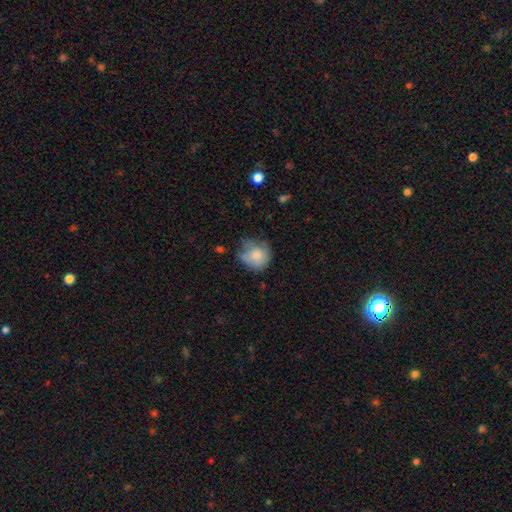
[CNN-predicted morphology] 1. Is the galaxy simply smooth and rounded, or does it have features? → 77% smooth, 14% featured or disk, 8% star or artifact.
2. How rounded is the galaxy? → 79% round, 20% in between, 1% cigar-shaped.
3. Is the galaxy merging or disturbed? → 47% none, 34% minor disturbance, 14% major disturbance, 4% merger.